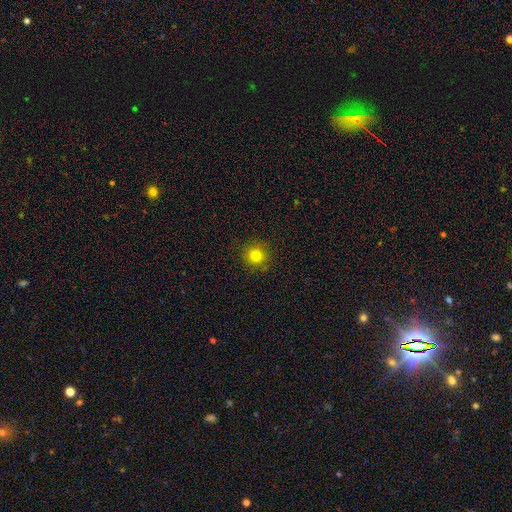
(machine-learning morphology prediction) Smooth or featured? smooth (80%)
How rounded? round (94%)
Merging? none (90%)